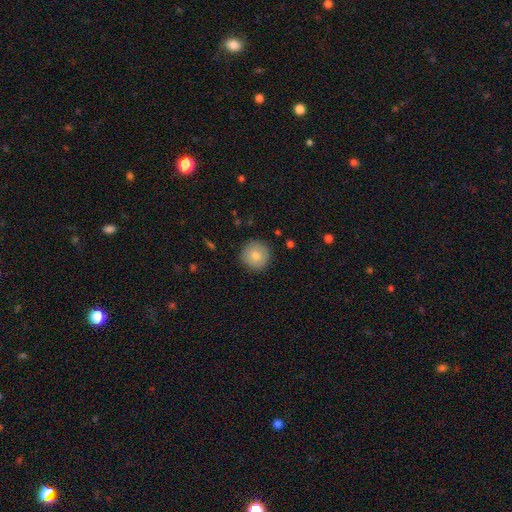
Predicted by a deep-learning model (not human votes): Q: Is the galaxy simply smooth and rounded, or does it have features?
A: smooth — 77%.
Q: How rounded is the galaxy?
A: round — 96%.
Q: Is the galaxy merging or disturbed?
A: none — 91%.